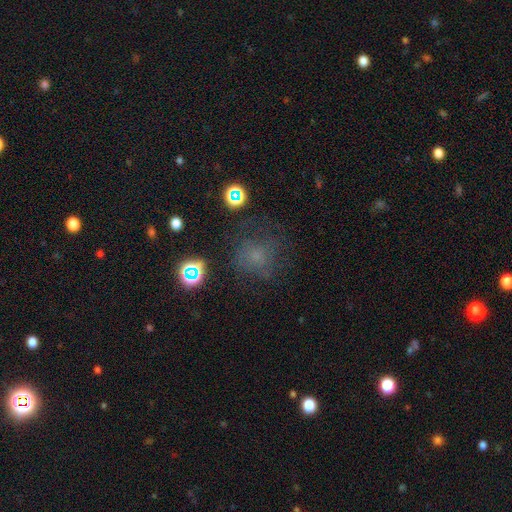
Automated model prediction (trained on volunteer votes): This is possibly a smooth galaxy (49%). Merging: likely none (65%).